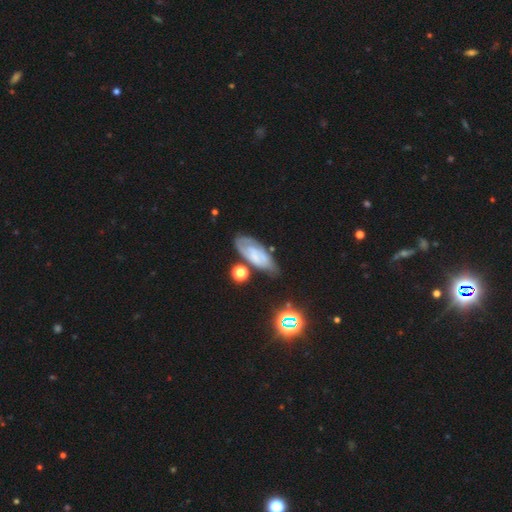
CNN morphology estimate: This is possibly a featured or disk galaxy (53%). It is clearly not viewed edge-on (88%). Merging: possibly none (57%).